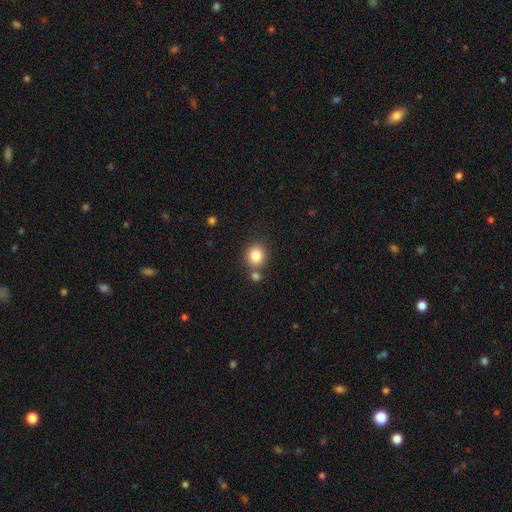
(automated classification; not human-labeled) smooth-or-featured: smooth: 83% | star or artifact: 10% | featured or disk: 7%
  how-rounded: round: 82% | in between: 17% | cigar-shaped: 1%
  merging: none: 69% | merger: 19% | minor disturbance: 9% | major disturbance: 3%